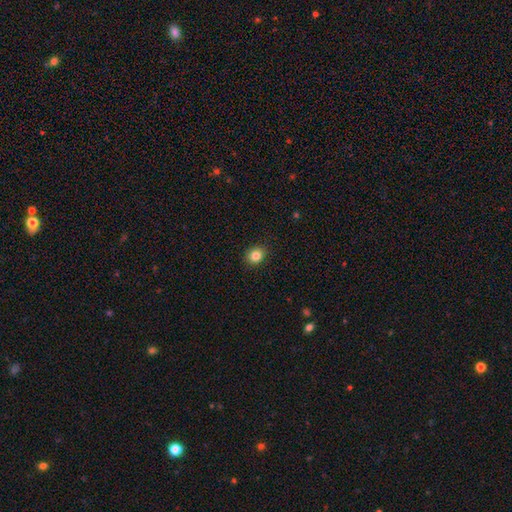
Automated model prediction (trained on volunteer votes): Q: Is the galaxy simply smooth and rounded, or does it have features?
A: smooth — 84%.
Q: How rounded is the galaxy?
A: round — 66%.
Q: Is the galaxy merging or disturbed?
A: none — 90%.